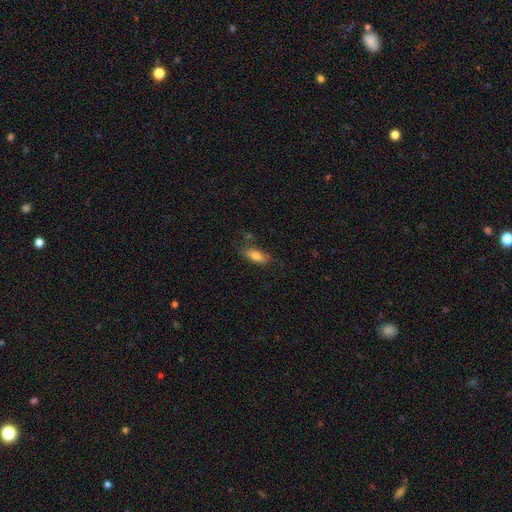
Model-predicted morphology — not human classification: Smooth or featured? smooth (79%)
How rounded? in between (75%)
Merging? none (70%)